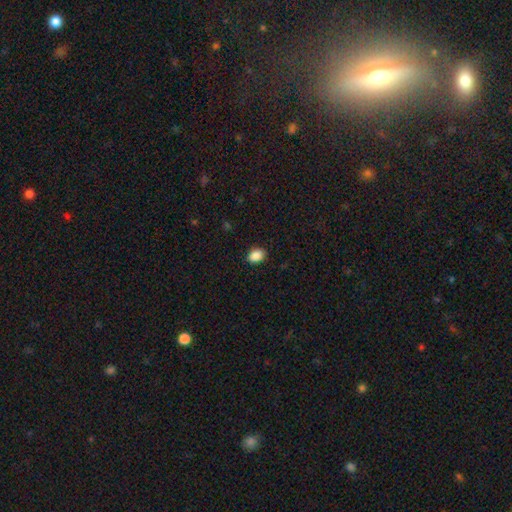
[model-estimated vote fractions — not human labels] Overall: smooth (89%). How rounded: in between (72%). Merging: none (87%).